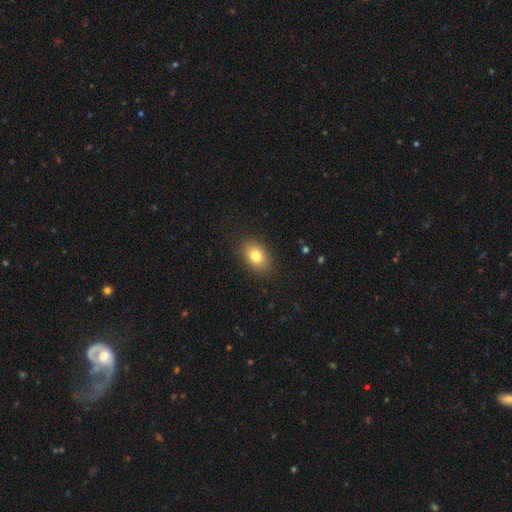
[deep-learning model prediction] Overall: smooth (81%). How rounded: in between (78%). Merging: none (88%).